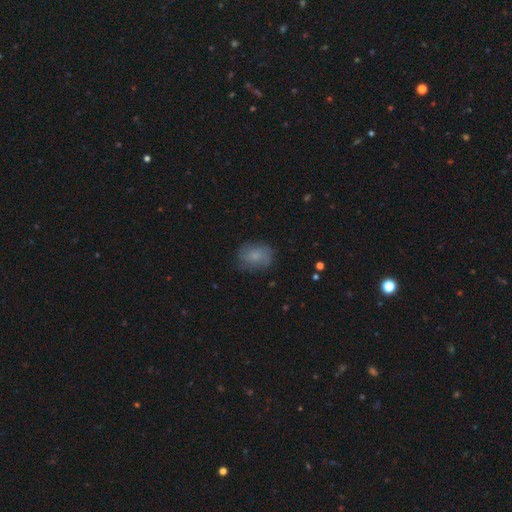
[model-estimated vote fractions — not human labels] This appears to be a smooth galaxy with no disk features (58%) that is in between round and cigar-shaped (61%). Merging: none (71%).